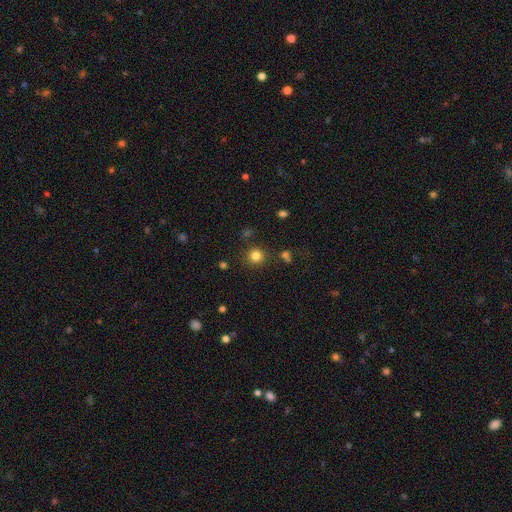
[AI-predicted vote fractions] smooth 80%, star or artifact 15%, featured or disk 6%. Down the decision tree: how rounded — round (92%); merging — none (86%).